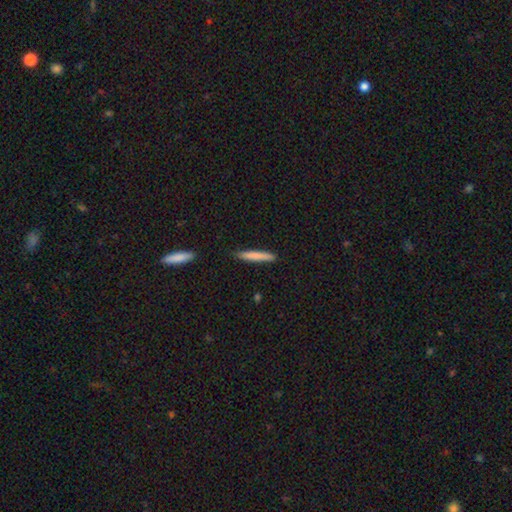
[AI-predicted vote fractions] smooth 79%, featured or disk 15%, star or artifact 6%. Down the decision tree: how rounded — cigar-shaped (94%); merging — none (88%).